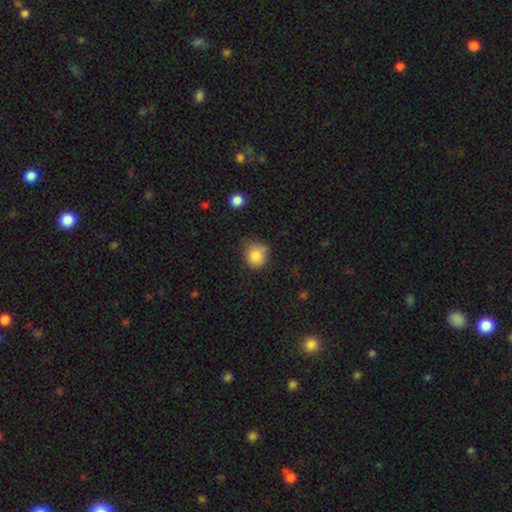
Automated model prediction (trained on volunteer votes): Q: Smooth or featured?
A: smooth (84%); runner-up: star or artifact (10%)
Q: How rounded?
A: round (84%); runner-up: in between (15%)
Q: Merging?
A: none (67%); runner-up: minor disturbance (25%)